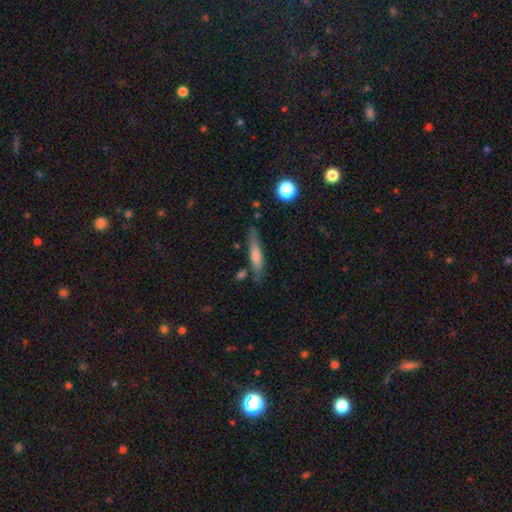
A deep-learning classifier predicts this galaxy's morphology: type=smooth (58%); roundness=cigar-shaped (83%); merging=none (72%).